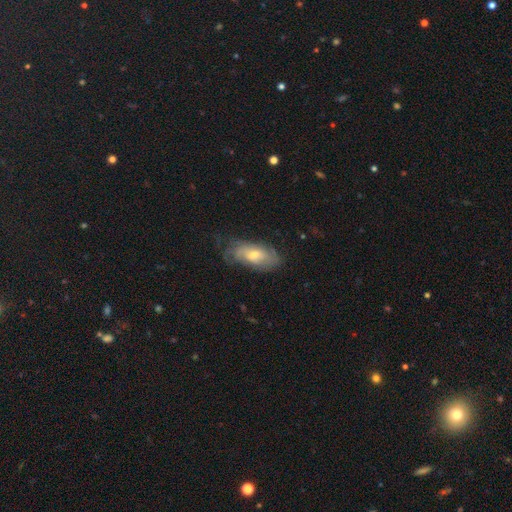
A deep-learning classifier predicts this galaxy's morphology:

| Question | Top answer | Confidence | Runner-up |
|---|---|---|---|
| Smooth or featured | featured or disk | 57% | smooth (33%) |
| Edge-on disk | no | 84% | yes (16%) |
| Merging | none | 67% | minor disturbance (23%) |